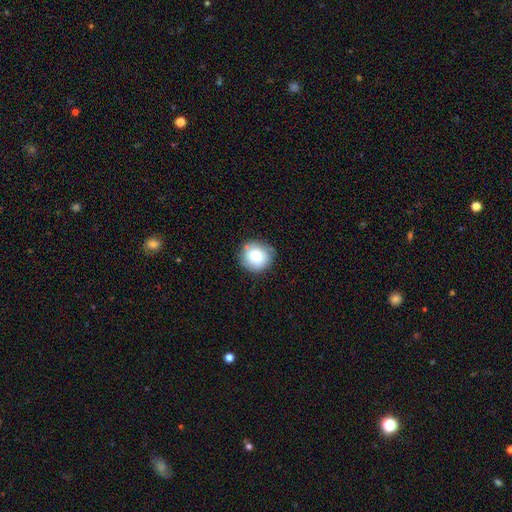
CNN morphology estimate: type=smooth (78%); roundness=round (92%); merging=none (82%).